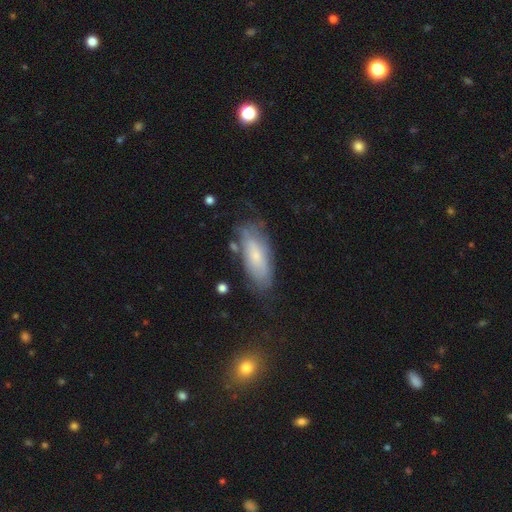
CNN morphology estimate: The model was most divided on "smooth or featured": smooth: 52%, featured or disk: 40%, star or artifact: 8%. More confident: how rounded — in between (77%); merging — none (60%).